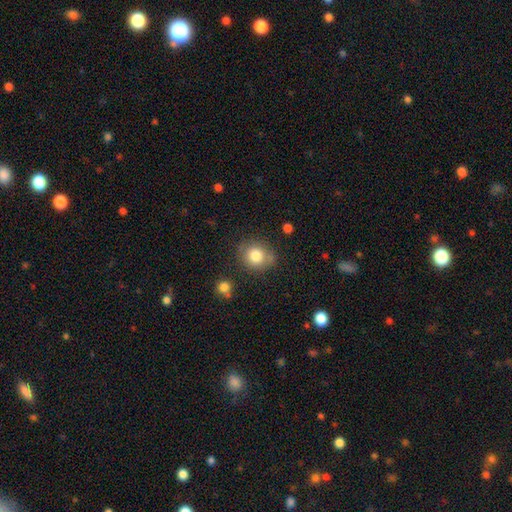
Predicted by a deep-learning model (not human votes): Smooth or featured? smooth (80%)
How rounded? round (82%)
Merging? none (75%)